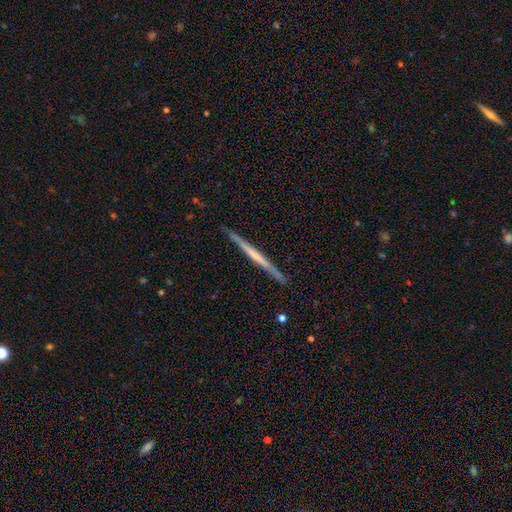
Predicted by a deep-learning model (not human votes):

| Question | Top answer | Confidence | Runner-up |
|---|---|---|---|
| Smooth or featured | featured or disk | 64% | smooth (31%) |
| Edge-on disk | yes | 98% | no (2%) |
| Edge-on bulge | none | 75% | rounded (15%) |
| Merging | none | 91% | minor disturbance (7%) |